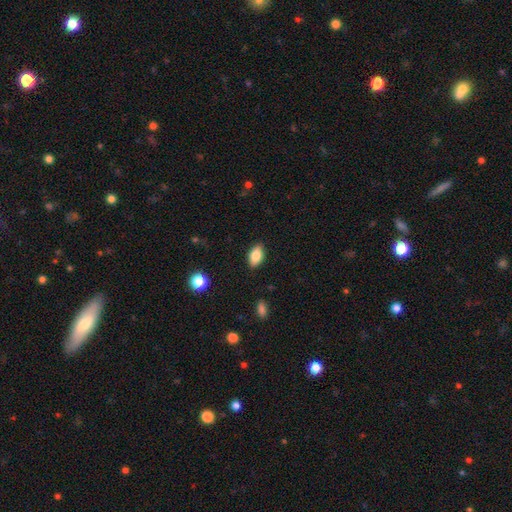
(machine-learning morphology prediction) Smooth or featured?
  - smooth: 83% *
  - featured or disk: 9%
  - star or artifact: 8%
How rounded?
  - in between: 91% *
  - round: 5%
  - cigar-shaped: 4%
Merging?
  - none: 87% *
  - minor disturbance: 10%
  - major disturbance: 2%
  - merger: 1%